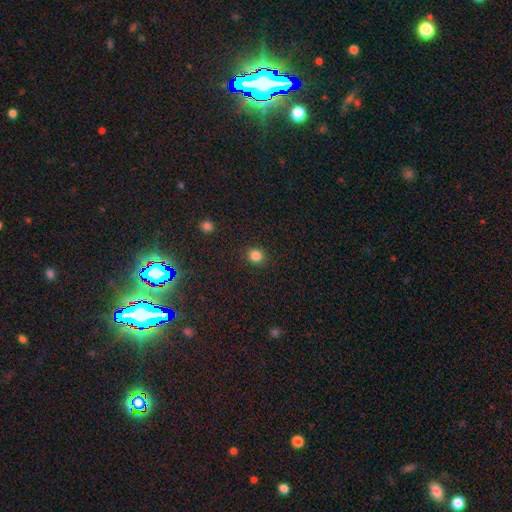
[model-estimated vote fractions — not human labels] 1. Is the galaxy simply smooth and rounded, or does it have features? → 84% smooth, 12% star or artifact, 4% featured or disk.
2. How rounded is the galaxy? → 85% round, 14% in between, 1% cigar-shaped.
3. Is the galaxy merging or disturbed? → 90% none, 6% minor disturbance, 2% major disturbance, 1% merger.